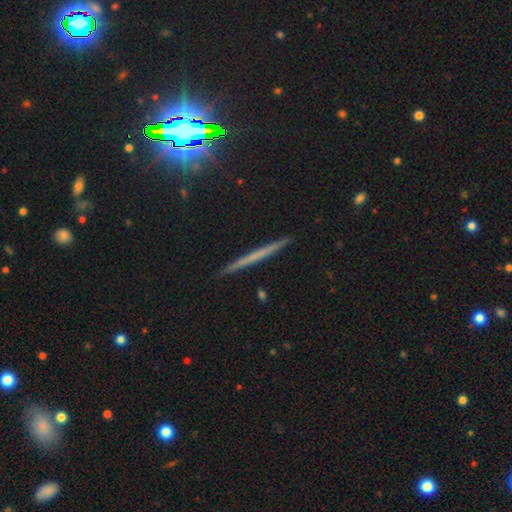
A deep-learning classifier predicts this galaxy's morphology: type=featured or disk (48%); merging=none (91%).